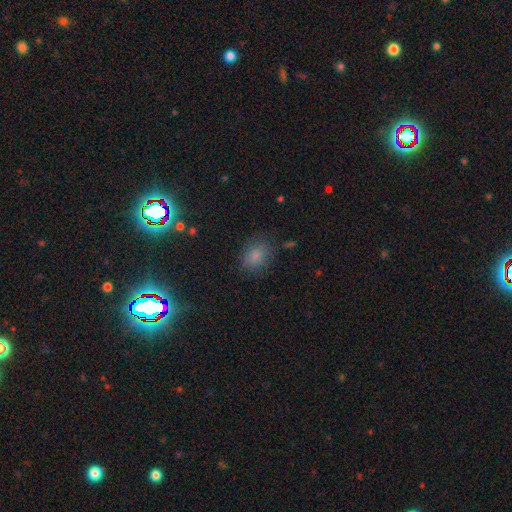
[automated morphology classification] The model was most divided on "how rounded": in between: 56%, round: 42%, cigar-shaped: 1%. More confident: smooth or featured — smooth (80%); merging — none (75%).